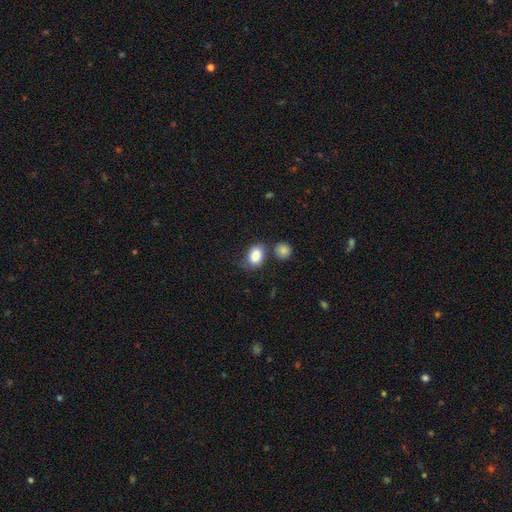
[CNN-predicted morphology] Smooth or featured? Predicted: smooth (p=0.86). How rounded? Predicted: in between (p=0.69). Merging? Predicted: none (p=0.53).